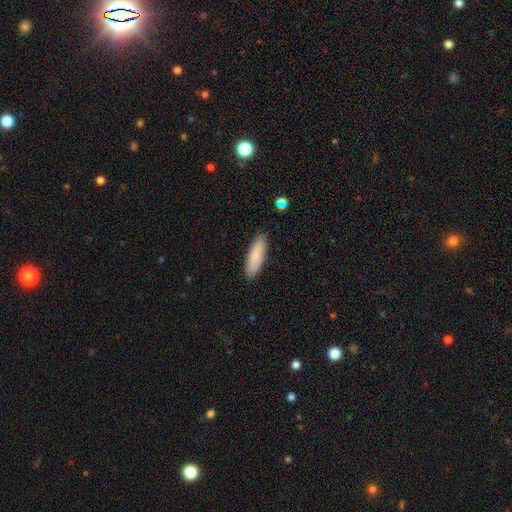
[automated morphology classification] type=smooth (86%); roundness=cigar-shaped (57%); merging=none (88%).